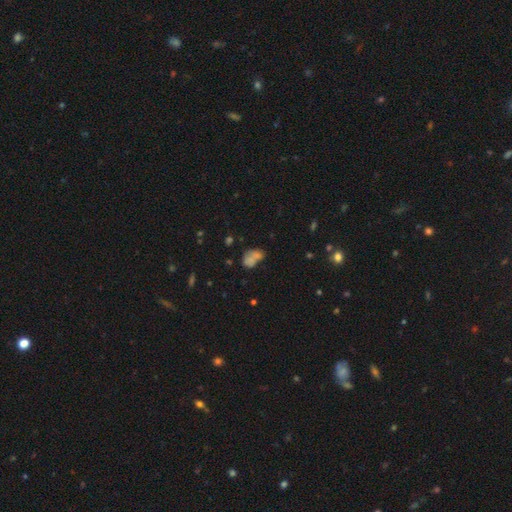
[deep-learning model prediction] smooth 59%, star or artifact 22%, featured or disk 19%. Down the decision tree: how rounded — in between (73%); merging — none (36%).